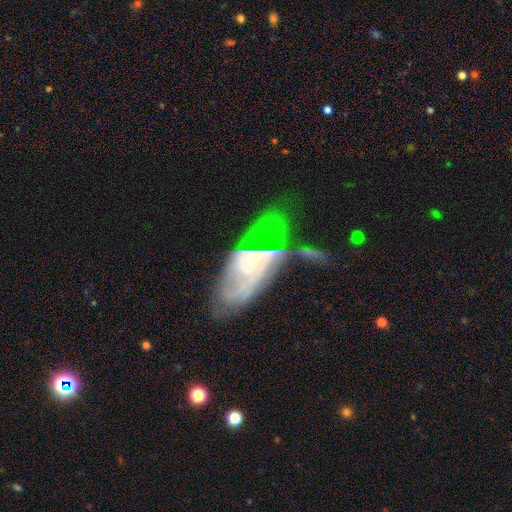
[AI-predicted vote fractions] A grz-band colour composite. It shows a featured or disk galaxy (61%) with no bar (68%), spiral arms (55%) and a small central bulge (47%). Merging: none (35%).